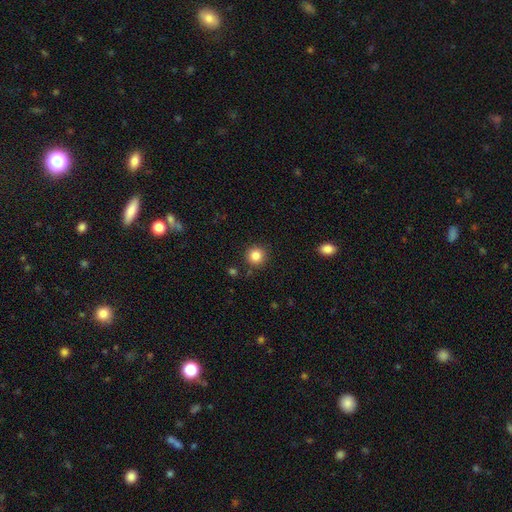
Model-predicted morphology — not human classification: A smooth galaxy with no disk features (85%) that is round (94%).

Vote fractions:
- Smooth or featured? smooth: 85% / star or artifact: 10% / featured or disk: 5%
- How rounded? round: 94% / in between: 5% / cigar-shaped: 1%
- Merging? none: 88% / minor disturbance: 7% / merger: 2% / major disturbance: 2%